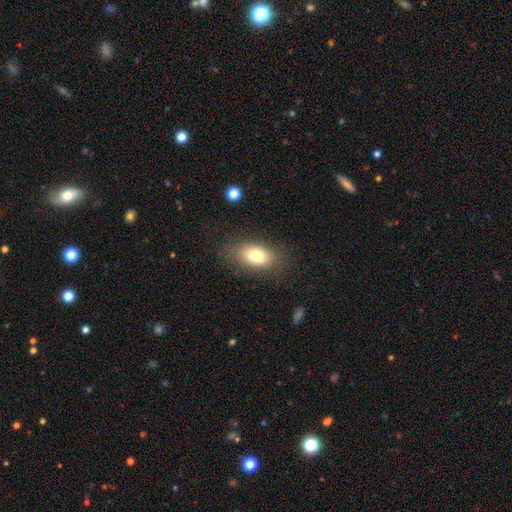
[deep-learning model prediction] This is likely a smooth galaxy (76%). How rounded: clearly in between (87%). Merging: likely none (77%).